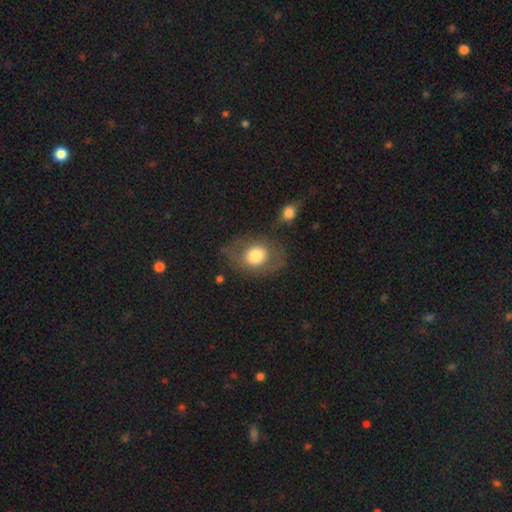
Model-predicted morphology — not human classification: A smooth galaxy with no disk features (70%) that is in between round and cigar-shaped (51%).

Vote fractions:
- Smooth or featured? smooth: 70% / featured or disk: 22% / star or artifact: 8%
- How rounded? in between: 51% / round: 48% / cigar-shaped: 1%
- Merging? none: 66% / minor disturbance: 17% / major disturbance: 11% / merger: 6%